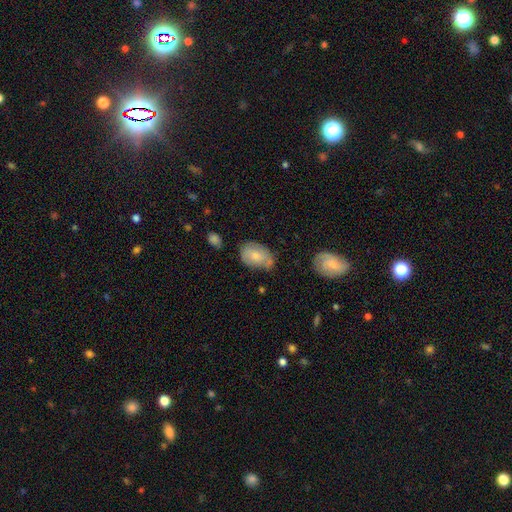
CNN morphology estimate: Q: Smooth or featured?
A: smooth (68%); runner-up: featured or disk (25%)
Q: How rounded?
A: in between (84%); runner-up: round (15%)
Q: Merging?
A: none (51%); runner-up: minor disturbance (34%)